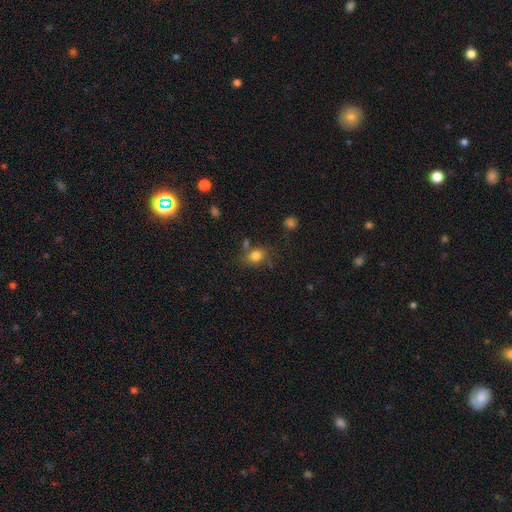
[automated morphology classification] Smooth or featured: smooth — 77% (star or artifact — 13%)
How rounded: round — 55% (in between — 43%)
Merging: none — 66% (minor disturbance — 19%)